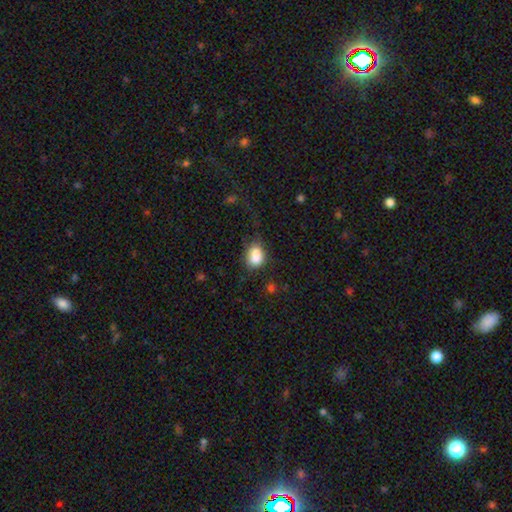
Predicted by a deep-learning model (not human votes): smooth 78%, featured or disk 12%, star or artifact 10%. Down the decision tree: how rounded — in between (59%); merging — none (41%).